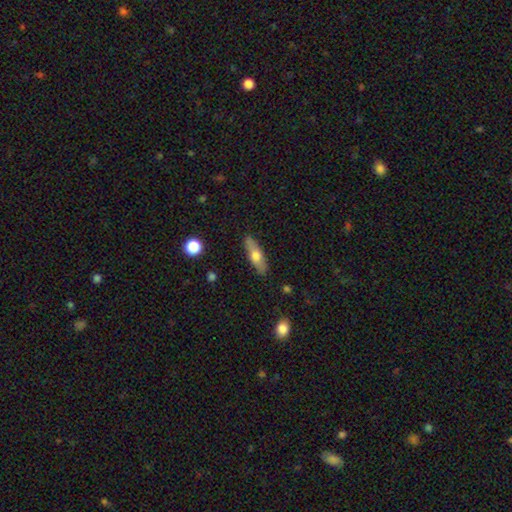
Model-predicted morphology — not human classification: Smooth or featured: smooth — 58% (featured or disk — 35%)
How rounded: cigar-shaped — 52% (in between — 45%)
Merging: none — 87% (minor disturbance — 10%)